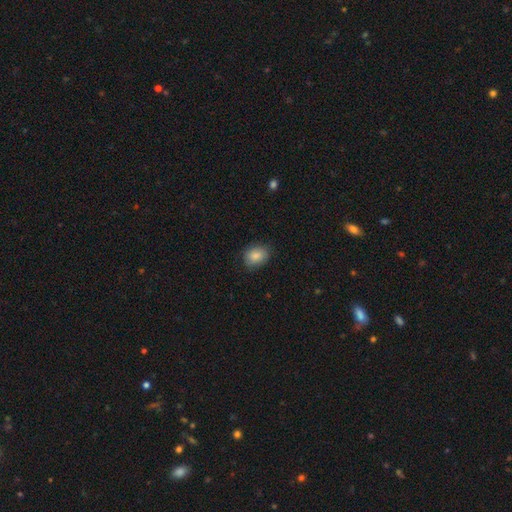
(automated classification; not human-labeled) This is clearly a smooth galaxy (86%). How rounded: possibly in between (58%). Merging: likely none (80%).